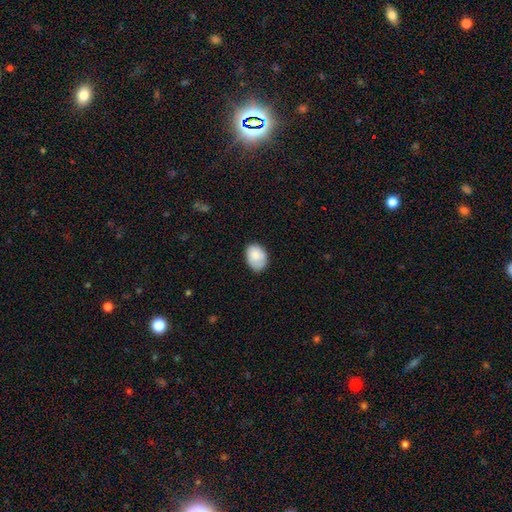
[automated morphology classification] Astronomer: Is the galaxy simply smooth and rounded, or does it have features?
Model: smooth — 86%.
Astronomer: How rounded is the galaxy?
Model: in between — 78%.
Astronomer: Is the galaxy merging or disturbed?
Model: none — 69%.